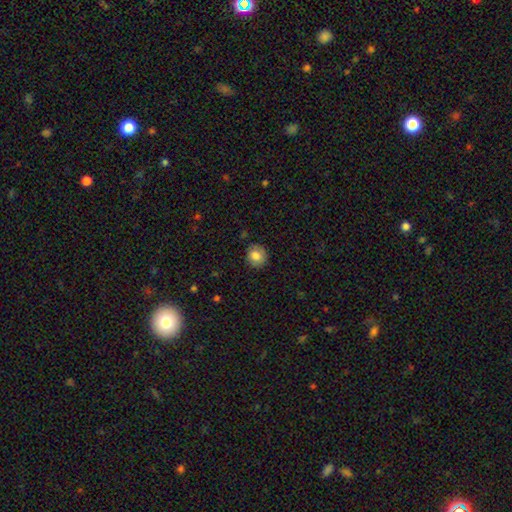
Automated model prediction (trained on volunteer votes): smooth_or_featured: smooth (p=0.81) [alt: featured or disk p=0.10]
how_rounded: round (p=0.86) [alt: in between p=0.13]
merging: none (p=0.86) [alt: minor disturbance p=0.11]